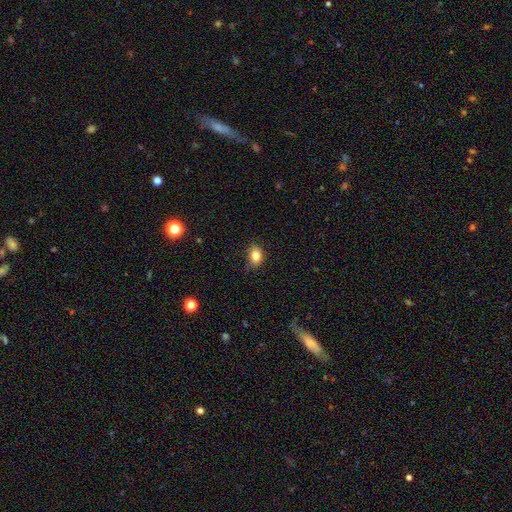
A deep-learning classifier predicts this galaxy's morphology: Smooth or featured?
  - smooth: 82% *
  - star or artifact: 11%
  - featured or disk: 7%
How rounded?
  - in between: 55% *
  - round: 43%
  - cigar-shaped: 1%
Merging?
  - none: 73% *
  - minor disturbance: 22%
  - major disturbance: 4%
  - merger: 1%